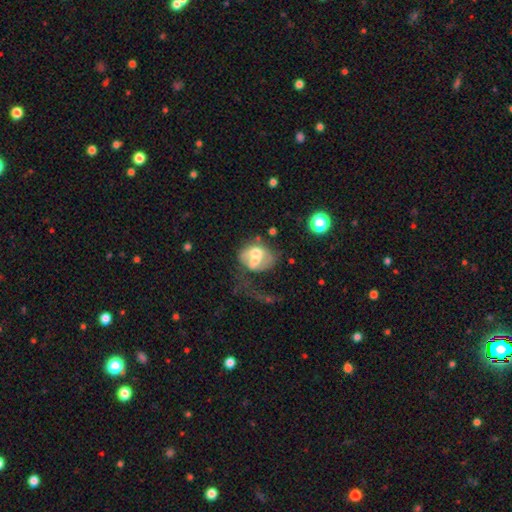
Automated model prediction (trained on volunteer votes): A featured or disk galaxy (51%).

Vote fractions:
- Smooth or featured? featured or disk: 51% / smooth: 39% / star or artifact: 10%
- Edge-on disk? no: 96% / yes: 4%
- Merging? merger: 41% / major disturbance: 30% / none: 16% / minor disturbance: 12%